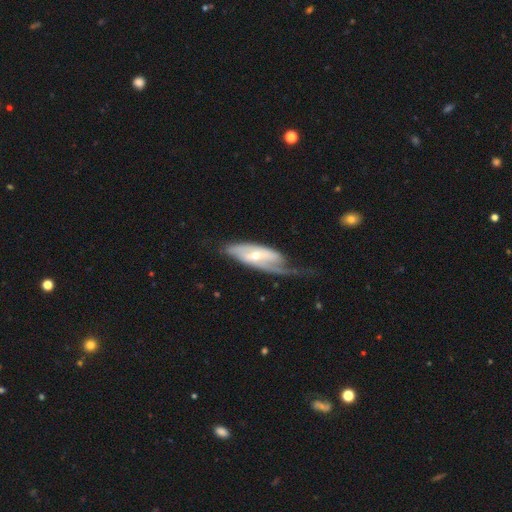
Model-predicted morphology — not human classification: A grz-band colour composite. It shows a featured or disk galaxy (75%) with no bar (41%), 2 (44%) medium (36%) spiral arms (87%) and a small central bulge (51%). Merging: none (37%).